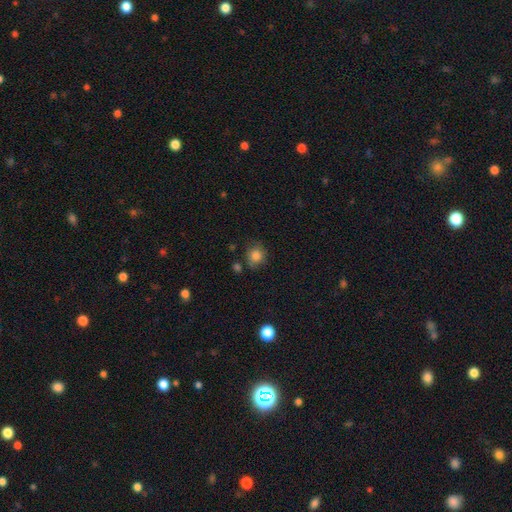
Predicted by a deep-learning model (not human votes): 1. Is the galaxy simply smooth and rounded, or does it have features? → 82% smooth, 11% star or artifact, 7% featured or disk.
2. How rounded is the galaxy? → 79% round, 20% in between, 1% cigar-shaped.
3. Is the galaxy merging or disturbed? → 72% none, 19% minor disturbance, 5% major disturbance, 4% merger.